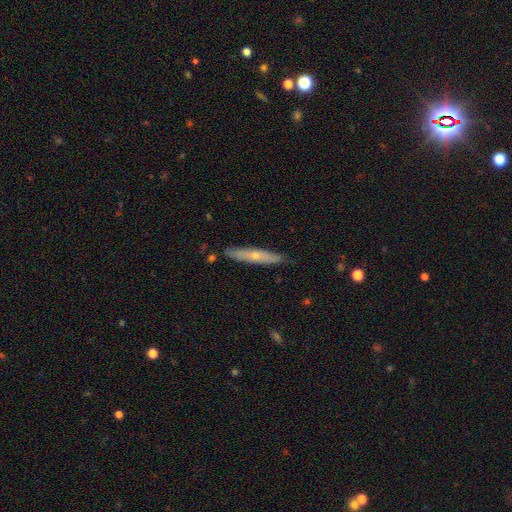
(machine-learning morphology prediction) Smooth or featured? Predicted: featured or disk (p=0.48). Merging? Predicted: none (p=0.85).